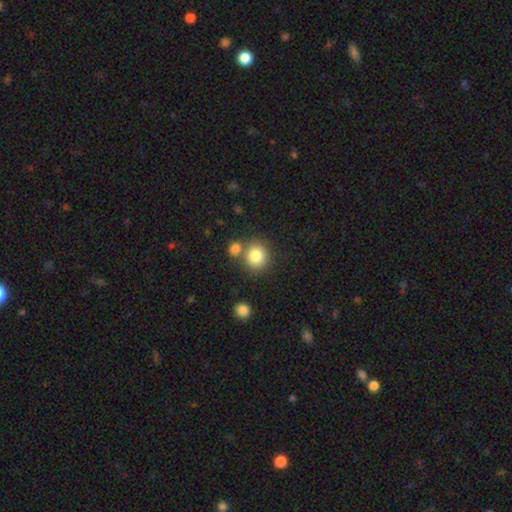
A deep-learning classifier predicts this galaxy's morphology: Smooth or featured: smooth — 83% (star or artifact — 10%)
How rounded: round — 88% (in between — 12%)
Merging: none — 67% (merger — 21%)